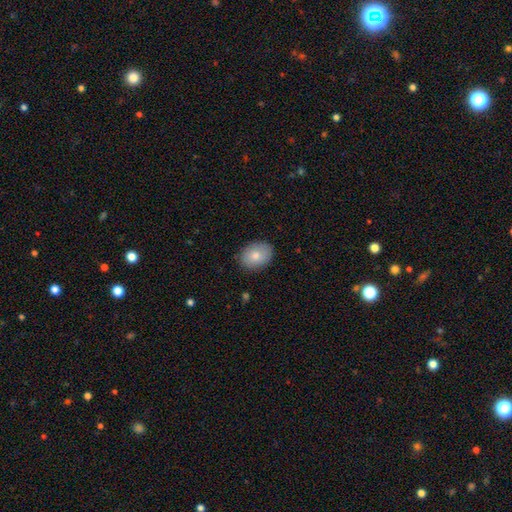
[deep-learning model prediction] The model was most divided on "how rounded": in between: 66%, round: 34%, cigar-shaped: 1%. More confident: merging — none (87%); smooth or featured — smooth (80%).